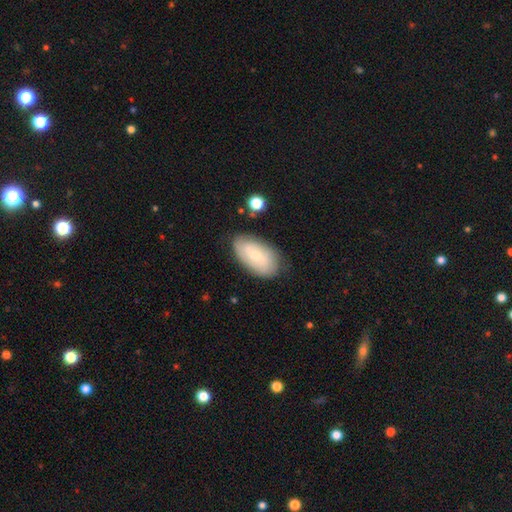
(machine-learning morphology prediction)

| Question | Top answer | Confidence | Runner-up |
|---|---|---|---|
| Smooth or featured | smooth | 48% | featured or disk (45%) |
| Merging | none | 75% | minor disturbance (19%) |